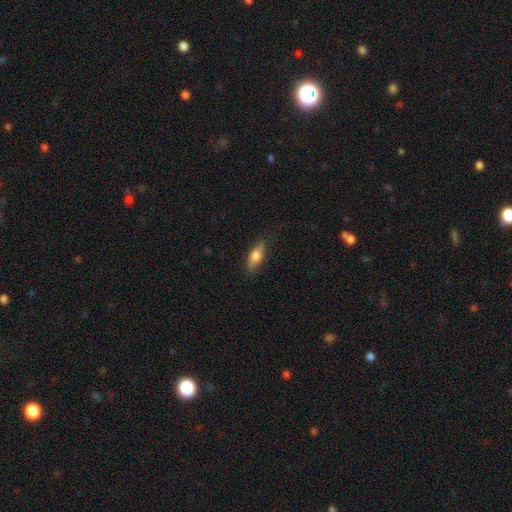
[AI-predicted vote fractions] smooth_or_featured: smooth (p=0.68) [alt: featured or disk p=0.25]
how_rounded: in between (p=0.66) [alt: cigar-shaped p=0.30]
merging: none (p=0.78) [alt: minor disturbance p=0.17]